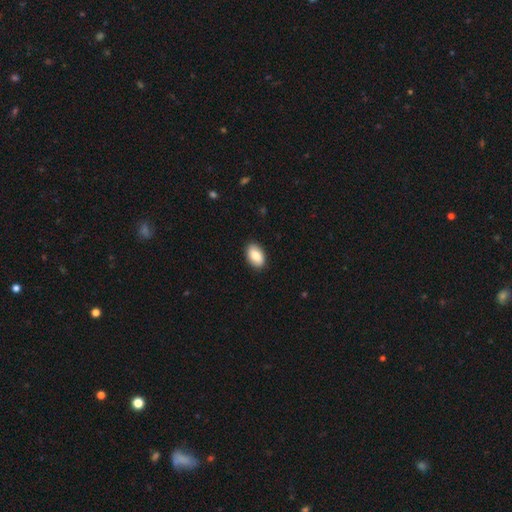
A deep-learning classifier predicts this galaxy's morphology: This appears to be a smooth galaxy with no disk features (79%) that is in between round and cigar-shaped (91%). Merging: none (90%).